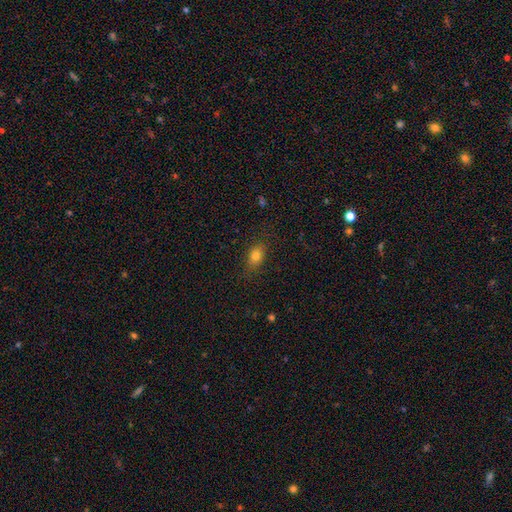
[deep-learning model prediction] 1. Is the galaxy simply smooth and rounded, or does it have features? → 79% smooth, 12% star or artifact, 9% featured or disk.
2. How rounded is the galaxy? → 76% in between, 20% round, 4% cigar-shaped.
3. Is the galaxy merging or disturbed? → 81% none, 14% minor disturbance, 4% major disturbance, 1% merger.